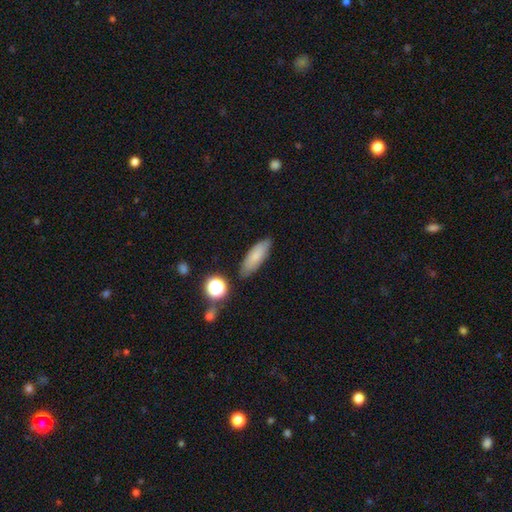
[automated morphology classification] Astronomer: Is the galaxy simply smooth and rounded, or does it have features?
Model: smooth — 78%.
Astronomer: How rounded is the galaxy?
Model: in between — 60% (runner-up: cigar-shaped, 37%).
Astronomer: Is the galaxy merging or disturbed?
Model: none — 80%.